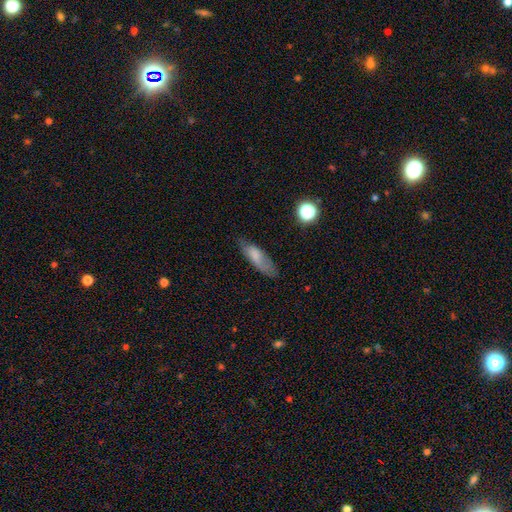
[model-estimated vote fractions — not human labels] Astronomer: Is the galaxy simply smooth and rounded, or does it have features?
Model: smooth — 72%.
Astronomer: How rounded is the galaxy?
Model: in between — 53% (runner-up: cigar-shaped, 45%).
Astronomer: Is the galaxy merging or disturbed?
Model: none — 65%.